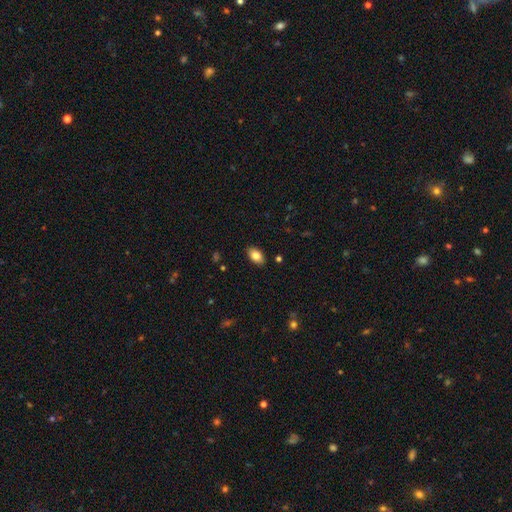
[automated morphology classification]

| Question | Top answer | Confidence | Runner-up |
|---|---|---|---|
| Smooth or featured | smooth | 82% | featured or disk (10%) |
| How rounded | in between | 91% | round (7%) |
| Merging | none | 88% | minor disturbance (9%) |